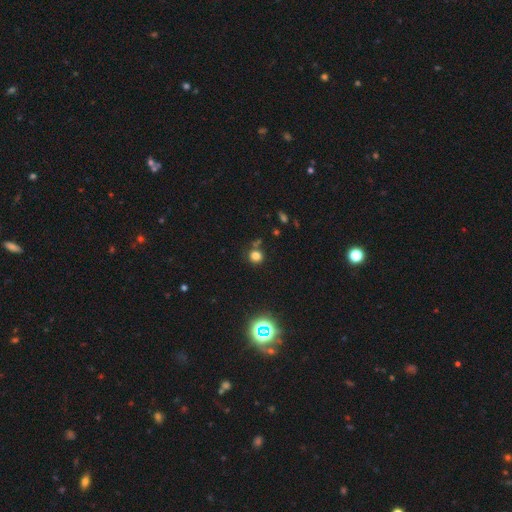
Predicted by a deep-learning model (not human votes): A smooth galaxy with no disk features (75%) that is round (88%).

Vote fractions:
- Smooth or featured? smooth: 75% / star or artifact: 20% / featured or disk: 6%
- How rounded? round: 88% / in between: 11% / cigar-shaped: 1%
- Merging? none: 75% / minor disturbance: 11% / merger: 11% / major disturbance: 4%